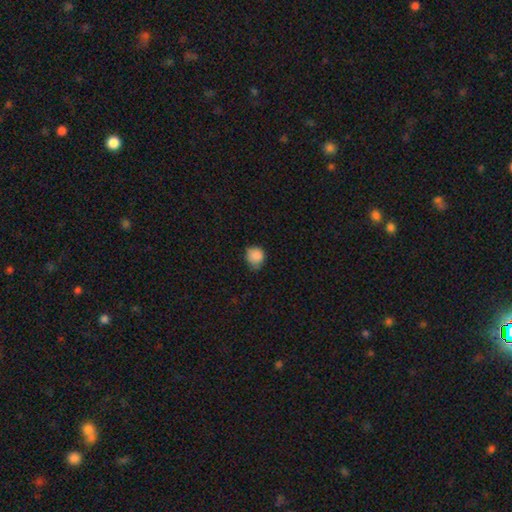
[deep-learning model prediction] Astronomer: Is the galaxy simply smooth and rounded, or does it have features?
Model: smooth — 86%.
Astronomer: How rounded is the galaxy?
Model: round — 83%.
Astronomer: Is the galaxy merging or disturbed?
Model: none — 63%.